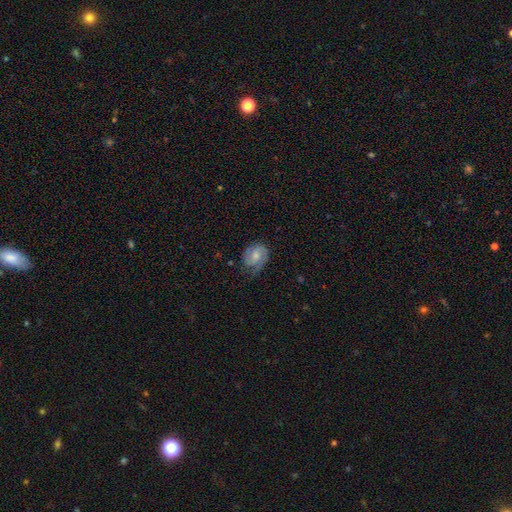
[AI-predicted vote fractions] Q: Smooth or featured?
A: featured or disk (64%); runner-up: smooth (29%)
Q: Edge-on disk?
A: no (98%); runner-up: yes (2%)
Q: Bar?
A: no (53%); runner-up: weak (40%)
Q: Spiral arms?
A: yes (93%); runner-up: no (7%)
Q: Spiral winding?
A: tight (46%); runner-up: medium (40%)
Q: Spiral arm count?
A: 2 (71%); runner-up: 1 (13%)
Q: Bulge size?
A: moderate (50%); runner-up: small (30%)
Q: Merging?
A: none (63%); runner-up: minor disturbance (26%)